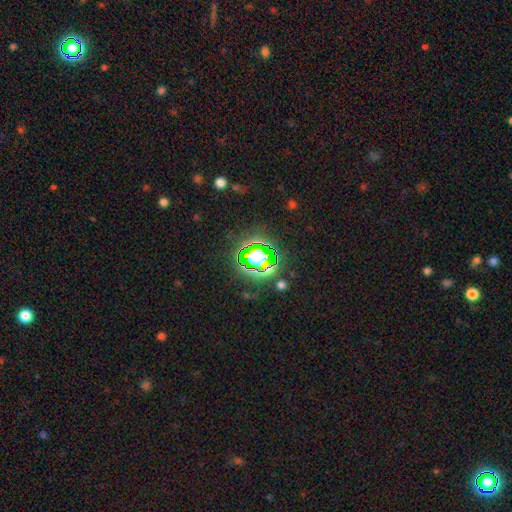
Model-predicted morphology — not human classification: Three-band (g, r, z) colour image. It shows a star or artifact, not a galaxy (69%).